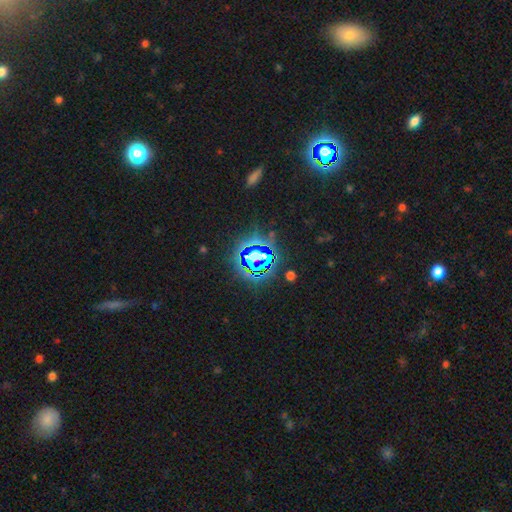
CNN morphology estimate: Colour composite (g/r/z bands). It shows a star or artifact, not a galaxy (70%).